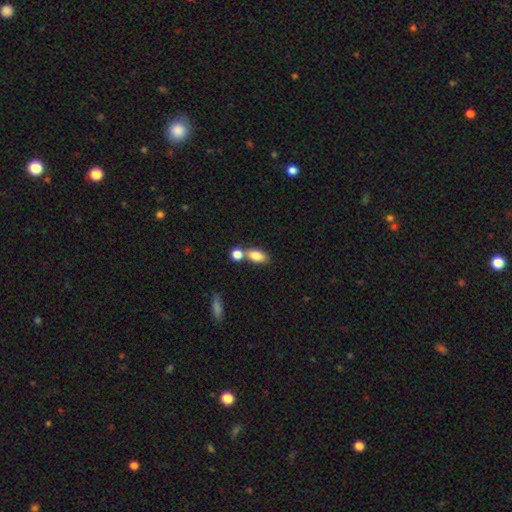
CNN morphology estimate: A smooth galaxy with no disk features (82%) that is in between round and cigar-shaped (85%).

Vote fractions:
- Smooth or featured? smooth: 82% / featured or disk: 10% / star or artifact: 8%
- How rounded? in between: 85% / round: 11% / cigar-shaped: 4%
- Merging? none: 48% / merger: 37% / minor disturbance: 11% / major disturbance: 4%